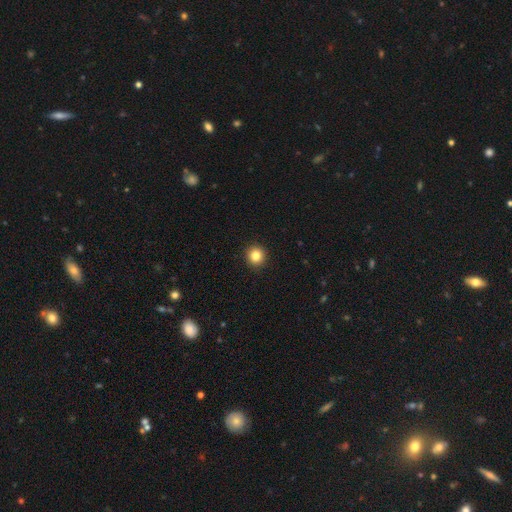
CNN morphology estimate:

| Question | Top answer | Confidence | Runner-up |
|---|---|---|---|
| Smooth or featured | smooth | 84% | star or artifact (11%) |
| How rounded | round | 93% | in between (6%) |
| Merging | none | 93% | minor disturbance (4%) |